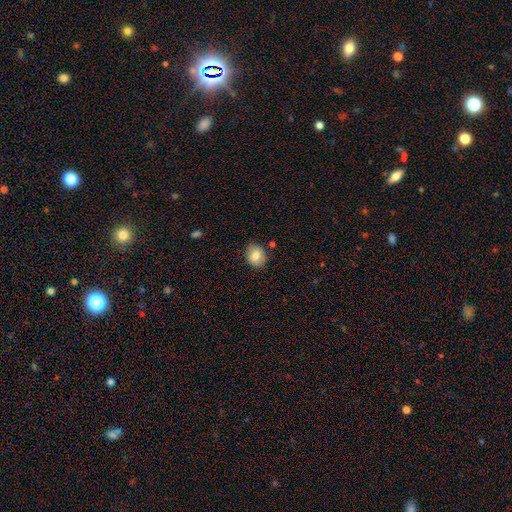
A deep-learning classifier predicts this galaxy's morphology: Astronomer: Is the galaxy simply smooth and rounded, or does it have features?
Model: smooth — 77%.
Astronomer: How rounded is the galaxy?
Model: round — 57% (runner-up: in between, 42%).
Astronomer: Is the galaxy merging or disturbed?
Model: none — 81%.